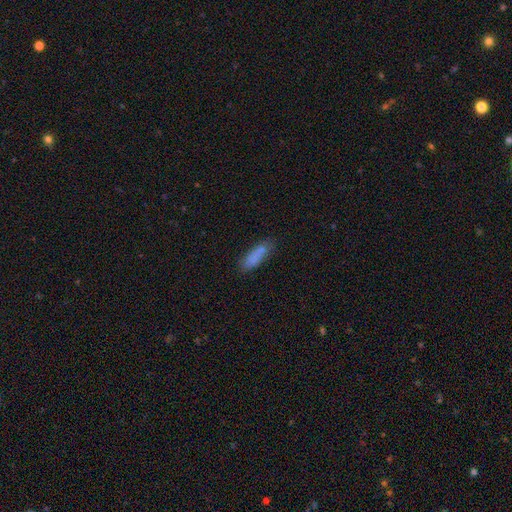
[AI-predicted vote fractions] smooth_or_featured: smooth (p=0.81) [alt: featured or disk p=0.11]
how_rounded: cigar-shaped (p=0.52) [alt: in between p=0.46]
merging: none (p=0.69) [alt: minor disturbance p=0.19]